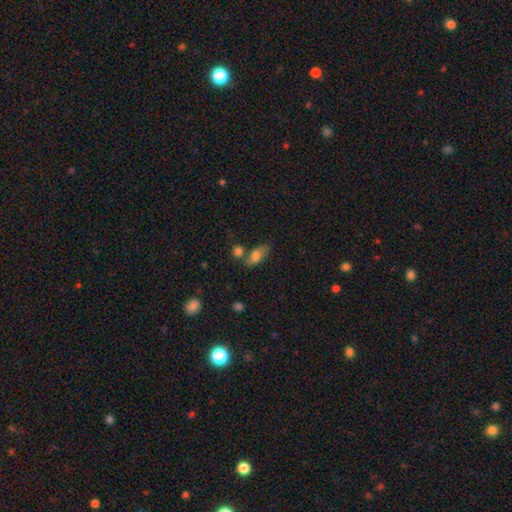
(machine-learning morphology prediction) This is likely a smooth galaxy (70%). How rounded: likely in between (75%). Merging: possibly none (55%).